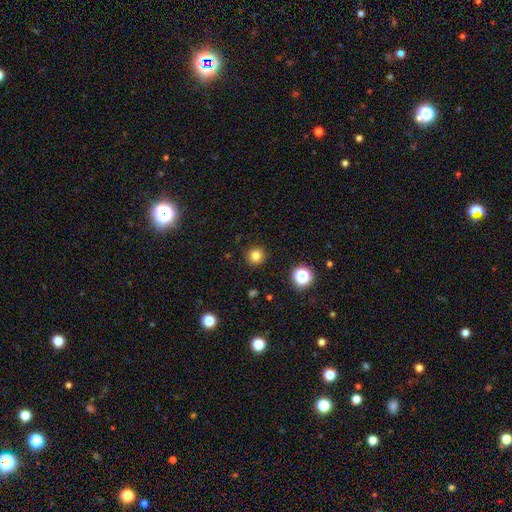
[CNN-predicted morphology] Smooth or featured? smooth (80%)
How rounded? round (94%)
Merging? none (92%)